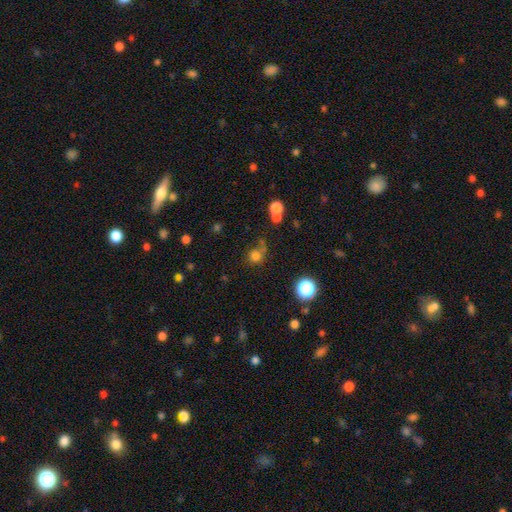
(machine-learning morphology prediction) The model was most divided on "merging": none: 60%, merger: 16%, minor disturbance: 15%, major disturbance: 9%. More confident: how rounded — round (89%); smooth or featured — smooth (75%).